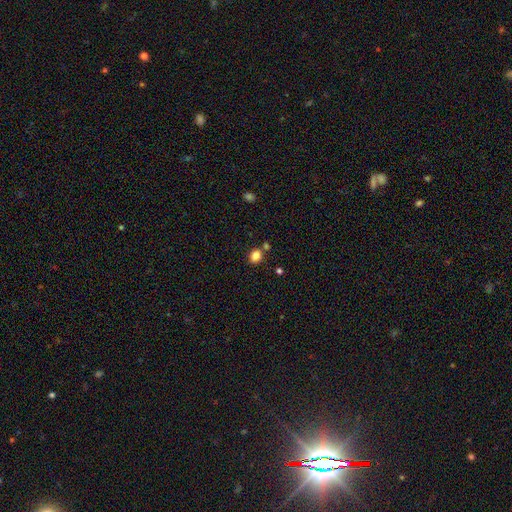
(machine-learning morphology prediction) Smooth or featured? Predicted: smooth (p=0.84). How rounded? Predicted: round (p=0.54). Merging? Predicted: none (p=0.73).